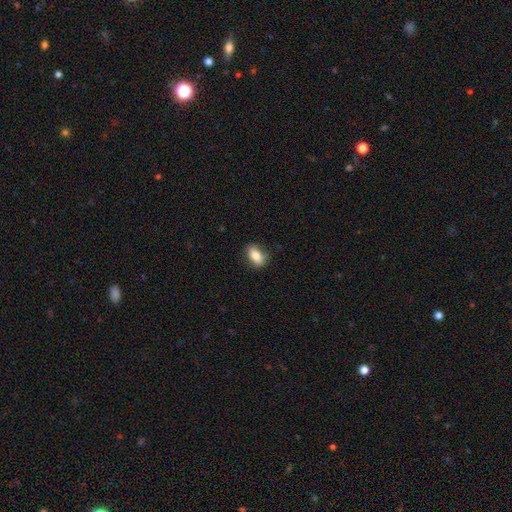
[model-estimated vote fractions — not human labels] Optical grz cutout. It shows a smooth galaxy with no disk features (82%) that is in between round and cigar-shaped (86%). Merging: none (81%).